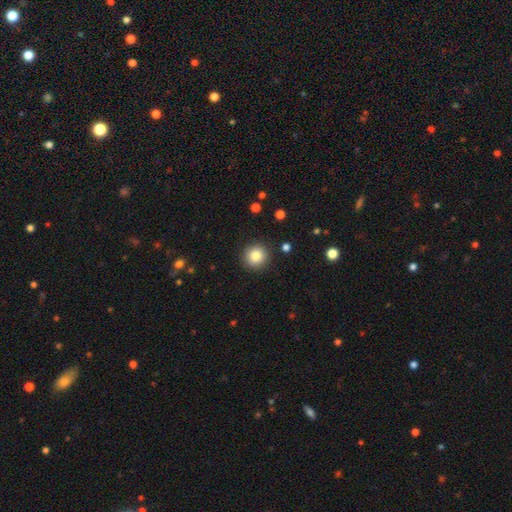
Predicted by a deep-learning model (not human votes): The model was most divided on "smooth or featured": smooth: 83%, star or artifact: 10%, featured or disk: 7%. More confident: how rounded — round (94%); merging — none (91%).